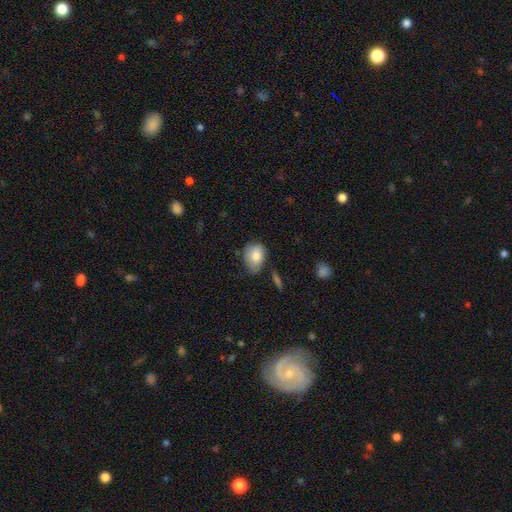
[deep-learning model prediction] Morphology: type=smooth (81%); roundness=in between (71%); merging=none (55%).